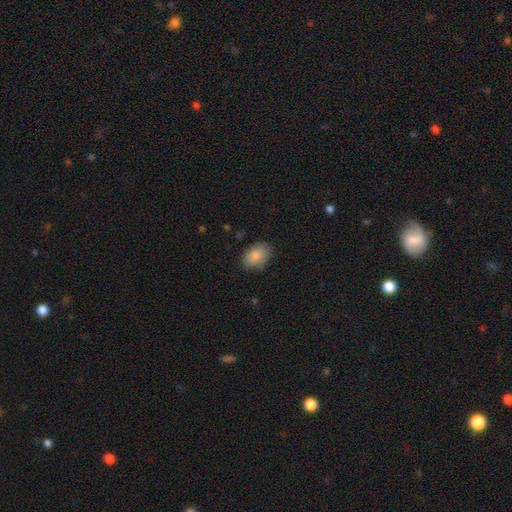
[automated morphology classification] A smooth galaxy with no disk features (87%) that is in between round and cigar-shaped (83%).

Vote fractions:
- Smooth or featured? smooth: 87% / star or artifact: 7% / featured or disk: 6%
- How rounded? in between: 83% / round: 16% / cigar-shaped: 1%
- Merging? none: 84% / minor disturbance: 12% / major disturbance: 3% / merger: 1%